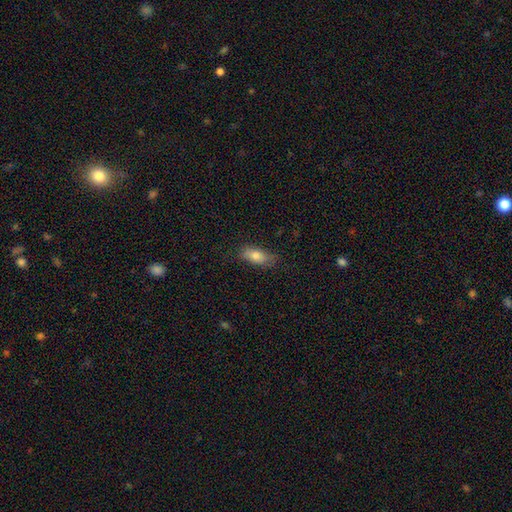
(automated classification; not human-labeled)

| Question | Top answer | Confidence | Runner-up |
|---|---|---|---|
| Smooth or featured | smooth | 80% | featured or disk (13%) |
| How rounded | in between | 81% | cigar-shaped (15%) |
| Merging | none | 77% | minor disturbance (18%) |